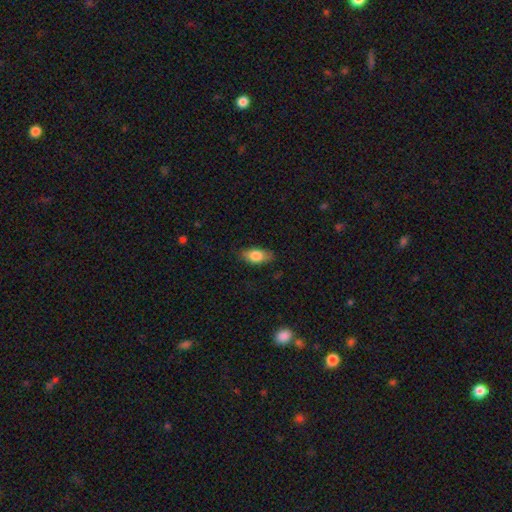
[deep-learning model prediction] Overall: smooth (81%). How rounded: in between (88%). Merging: none (80%).